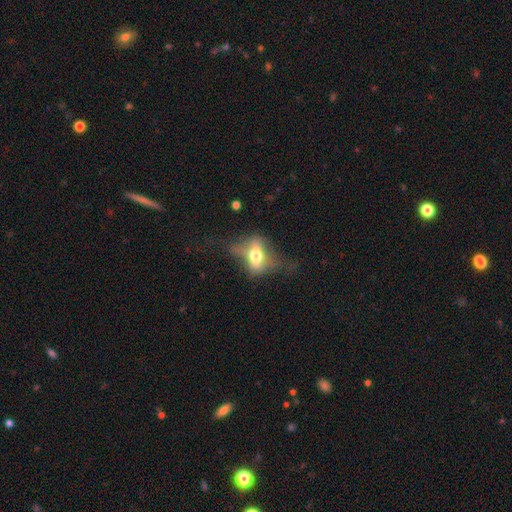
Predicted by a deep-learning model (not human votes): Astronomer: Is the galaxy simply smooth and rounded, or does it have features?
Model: featured or disk — 47% (runner-up: smooth, 42%).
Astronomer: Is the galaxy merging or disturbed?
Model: none — 43% (runner-up: major disturbance, 31%).